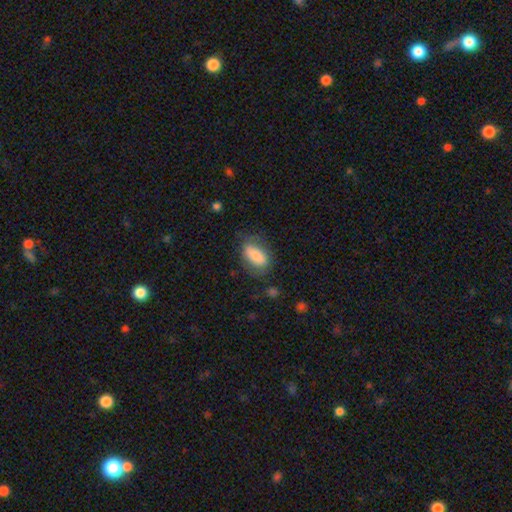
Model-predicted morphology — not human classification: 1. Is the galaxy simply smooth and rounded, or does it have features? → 78% smooth, 15% featured or disk, 6% star or artifact.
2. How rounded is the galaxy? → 88% in between, 7% cigar-shaped, 5% round.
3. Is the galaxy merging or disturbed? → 64% none, 22% minor disturbance, 11% major disturbance, 2% merger.